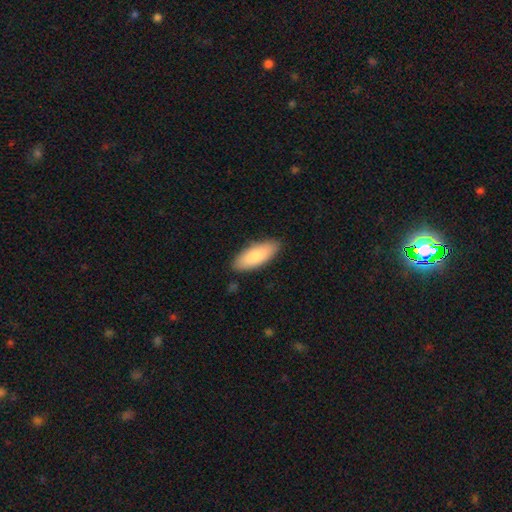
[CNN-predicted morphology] Smooth or featured? Predicted: smooth (p=0.84). How rounded? Predicted: in between (p=0.75). Merging? Predicted: none (p=0.85).